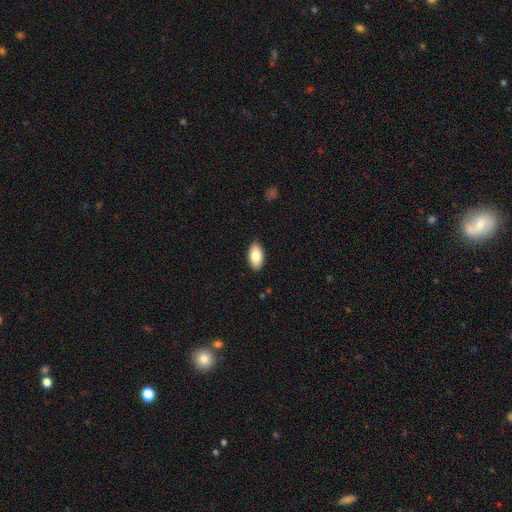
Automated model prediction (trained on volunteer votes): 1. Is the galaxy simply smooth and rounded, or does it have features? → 85% smooth, 9% featured or disk, 6% star or artifact.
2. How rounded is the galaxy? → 95% in between, 3% round, 2% cigar-shaped.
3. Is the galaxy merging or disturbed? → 89% none, 8% minor disturbance, 2% major disturbance, 1% merger.